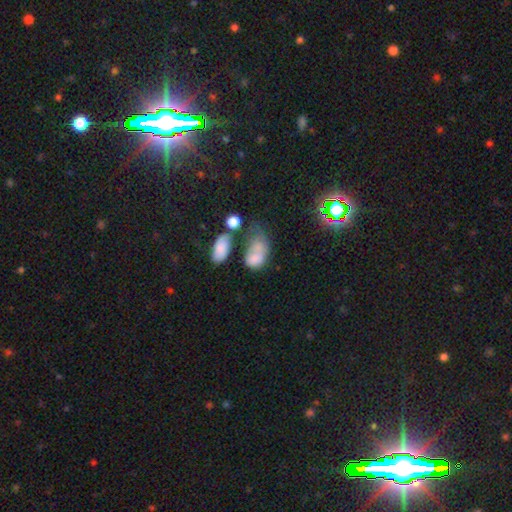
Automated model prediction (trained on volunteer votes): Smooth or featured? Predicted: smooth (p=0.70). How rounded? Predicted: in between (p=0.87). Merging? Predicted: merger (p=0.32).